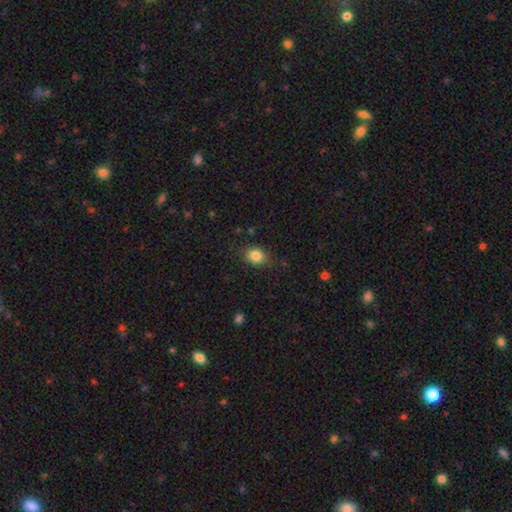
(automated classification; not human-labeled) This is clearly a smooth galaxy (83%). How rounded: possibly round (50%). Merging: likely none (74%).